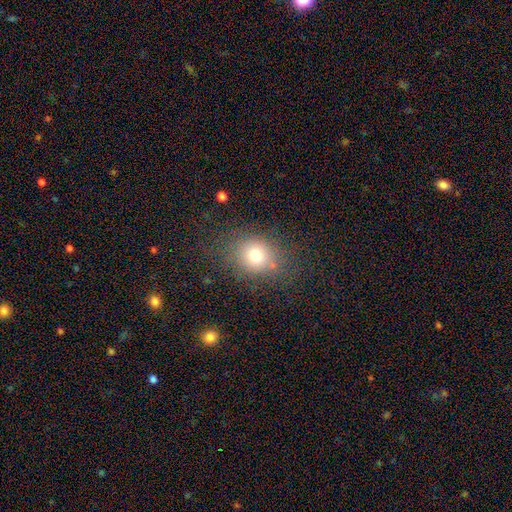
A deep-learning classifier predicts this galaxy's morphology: type=smooth (74%); roundness=round (62%); merging=none (74%).